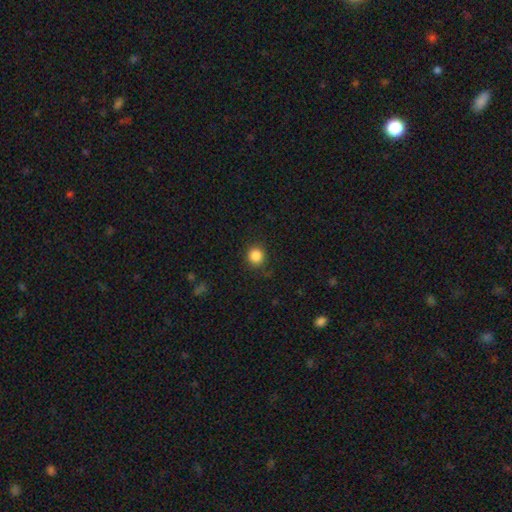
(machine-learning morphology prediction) Smooth or featured: smooth — 86% (star or artifact — 11%)
How rounded: round — 91% (in between — 8%)
Merging: none — 88% (minor disturbance — 9%)